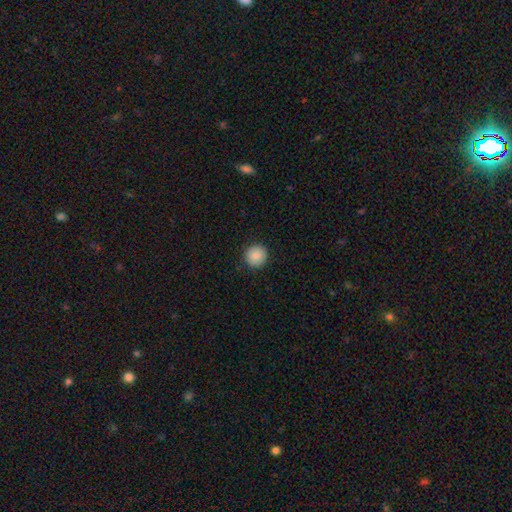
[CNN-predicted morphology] This is clearly a smooth galaxy (87%). How rounded: clearly round (94%). Merging: clearly none (91%).